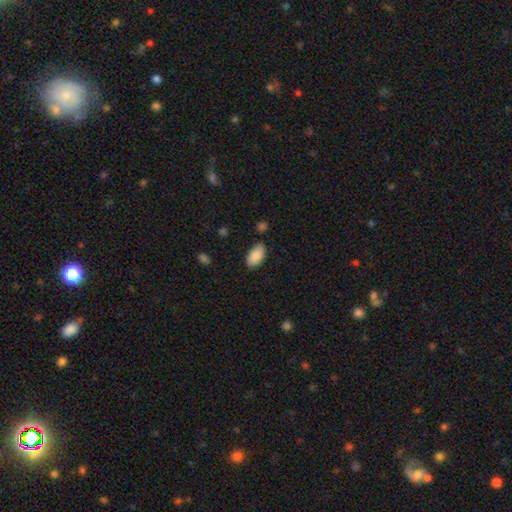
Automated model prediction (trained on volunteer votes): smooth-or-featured: smooth: 89% | star or artifact: 6% | featured or disk: 5%
  how-rounded: in between: 95% | round: 3% | cigar-shaped: 2%
  merging: none: 80% | minor disturbance: 14% | major disturbance: 3% | merger: 2%